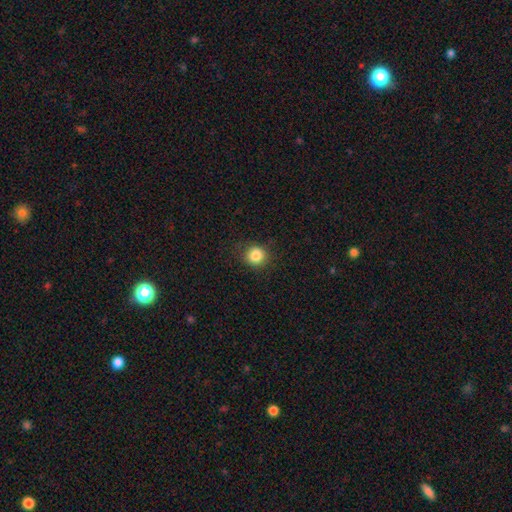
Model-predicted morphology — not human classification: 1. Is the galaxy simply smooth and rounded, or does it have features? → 84% smooth, 11% star or artifact, 5% featured or disk.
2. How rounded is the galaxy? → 87% round, 12% in between, 1% cigar-shaped.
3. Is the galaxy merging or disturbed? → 86% none, 10% minor disturbance, 3% major disturbance, 1% merger.